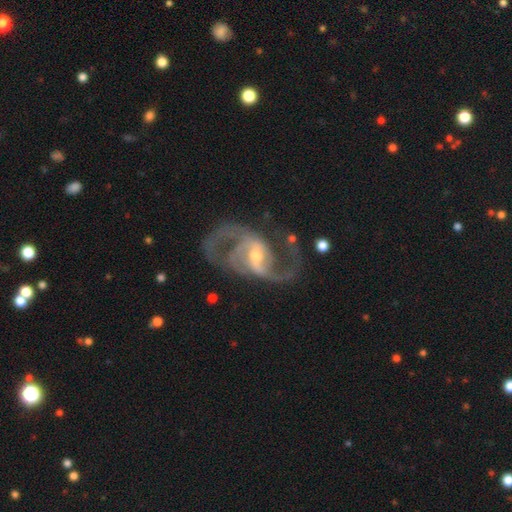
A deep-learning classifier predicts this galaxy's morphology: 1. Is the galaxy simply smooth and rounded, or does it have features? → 92% featured or disk, 5% star or artifact, 4% smooth.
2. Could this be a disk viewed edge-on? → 98% no, 2% yes.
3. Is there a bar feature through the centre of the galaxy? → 49% weak, 29% strong, 22% no.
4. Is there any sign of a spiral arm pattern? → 97% yes, 3% no.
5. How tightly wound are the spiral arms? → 53% medium, 35% loose, 12% tight.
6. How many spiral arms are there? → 77% 2, 10% 3, 5% can't tell, 3% 1, 3% 4, 2% more than 4.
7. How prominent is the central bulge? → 50% moderate, 44% small, 4% large, 2% none, 1% dominant.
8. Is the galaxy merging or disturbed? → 62% none, 19% major disturbance, 16% minor disturbance, 3% merger.